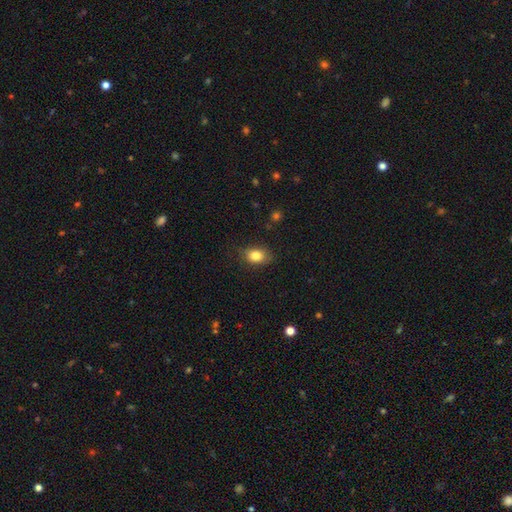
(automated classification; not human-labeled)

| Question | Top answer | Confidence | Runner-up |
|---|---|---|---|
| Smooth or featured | smooth | 83% | star or artifact (9%) |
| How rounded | in between | 71% | round (28%) |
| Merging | none | 78% | minor disturbance (17%) |